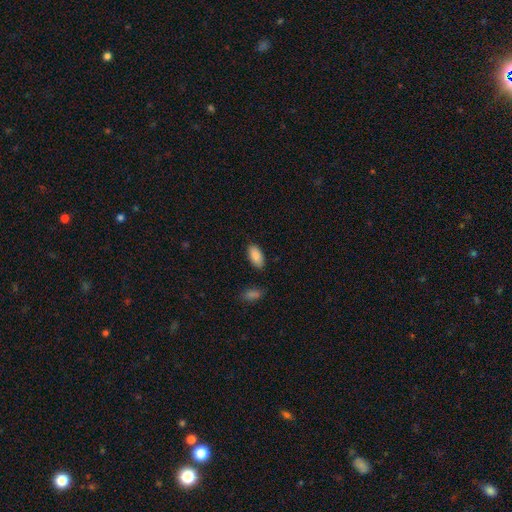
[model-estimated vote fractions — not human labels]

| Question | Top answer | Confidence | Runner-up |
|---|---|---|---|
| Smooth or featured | smooth | 89% | star or artifact (7%) |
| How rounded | in between | 93% | cigar-shaped (5%) |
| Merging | none | 83% | minor disturbance (11%) |